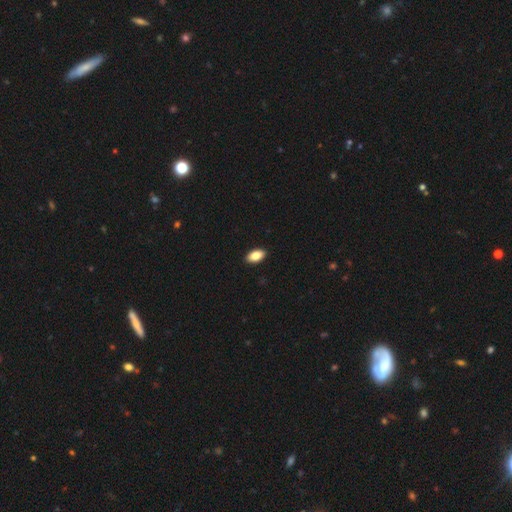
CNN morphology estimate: Q: Smooth or featured?
A: smooth (85%); runner-up: featured or disk (7%)
Q: How rounded?
A: in between (93%); runner-up: round (4%)
Q: Merging?
A: none (91%); runner-up: minor disturbance (7%)